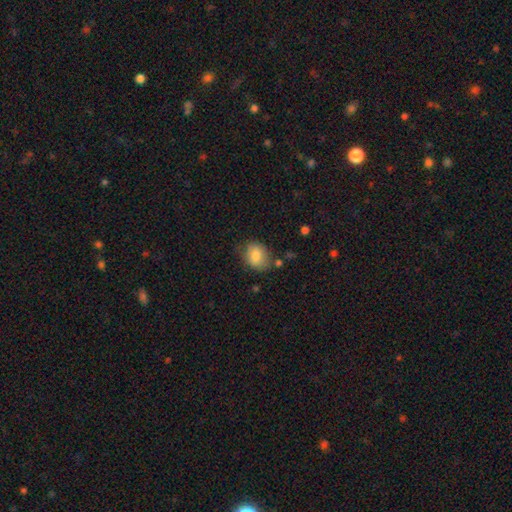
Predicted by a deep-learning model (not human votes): smooth 80%, featured or disk 11%, star or artifact 8%. Down the decision tree: how rounded — round (56%); merging — none (72%).